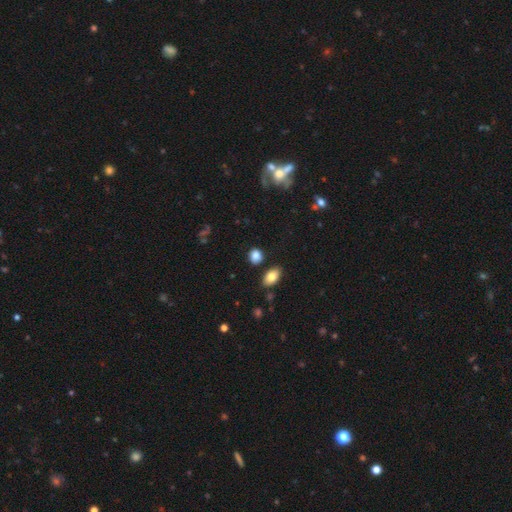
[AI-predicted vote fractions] The model was most divided on "how rounded": round: 58%, in between: 40%, cigar-shaped: 2%. More confident: smooth or featured — smooth (85%); merging — none (80%).